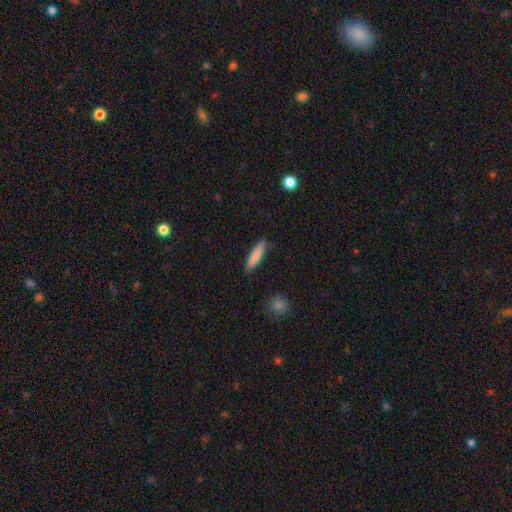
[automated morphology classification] Smooth or featured? Predicted: smooth (p=0.85). How rounded? Predicted: cigar-shaped (p=0.76). Merging? Predicted: none (p=0.88).